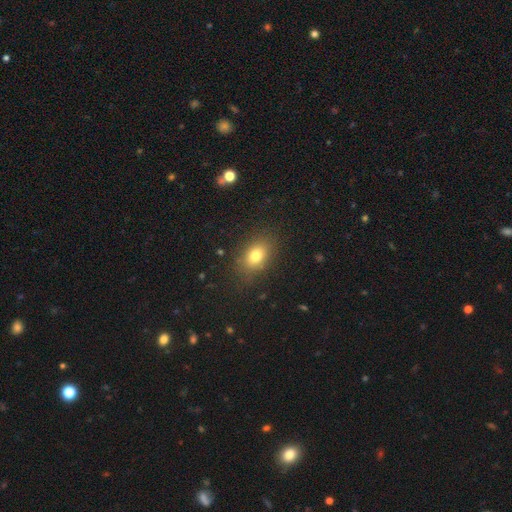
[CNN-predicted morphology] smooth_or_featured: smooth (p=0.78) [alt: star or artifact p=0.11]
how_rounded: in between (p=0.76) [alt: round p=0.22]
merging: none (p=0.84) [alt: minor disturbance p=0.11]